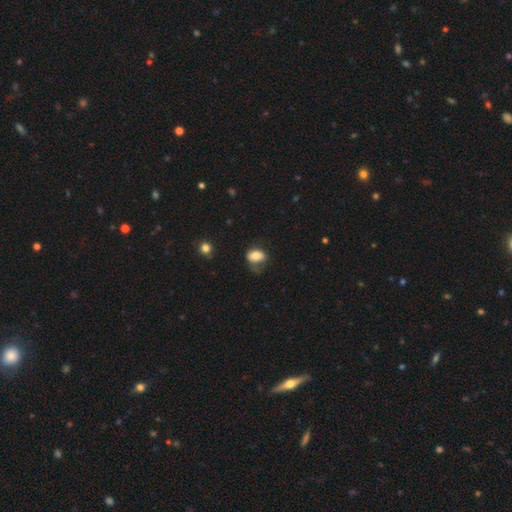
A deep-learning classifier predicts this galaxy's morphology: Smooth or featured: smooth — 76% (featured or disk — 15%)
How rounded: in between — 79% (round — 20%)
Merging: none — 41% (minor disturbance — 32%)